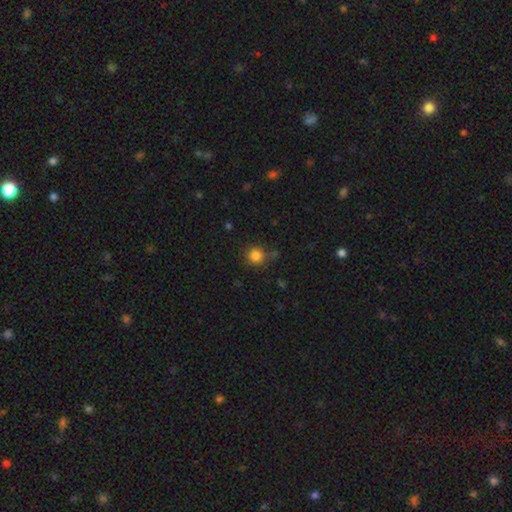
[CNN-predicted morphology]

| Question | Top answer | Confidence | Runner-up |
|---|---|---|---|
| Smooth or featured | smooth | 84% | star or artifact (12%) |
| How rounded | round | 91% | in between (8%) |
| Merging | none | 78% | minor disturbance (13%) |